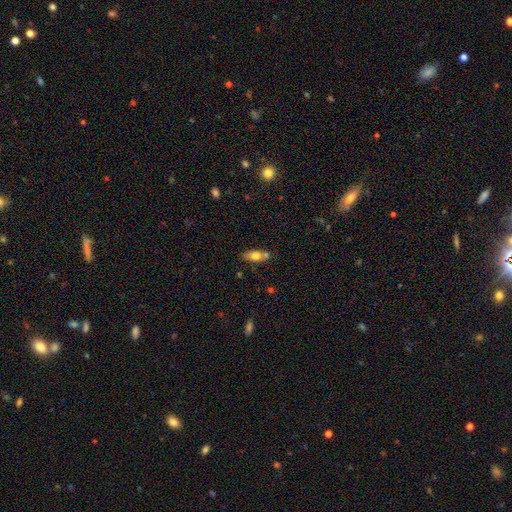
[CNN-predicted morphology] type=smooth (71%); roundness=in between (81%); merging=none (61%).